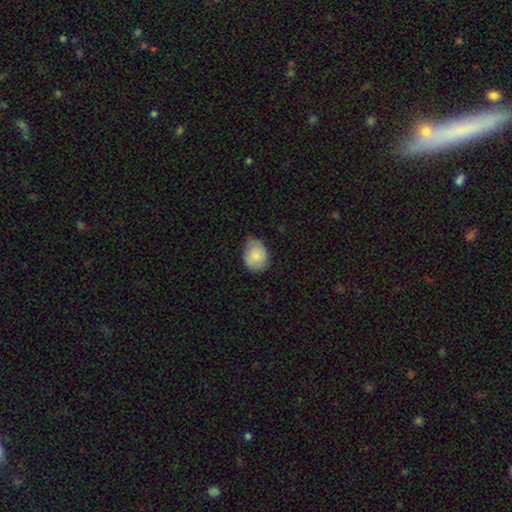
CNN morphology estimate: A smooth galaxy with no disk features (81%) that is in between round and cigar-shaped (62%).

Vote fractions:
- Smooth or featured? smooth: 81% / featured or disk: 12% / star or artifact: 7%
- How rounded? in between: 62% / round: 38% / cigar-shaped: 1%
- Merging? none: 63% / minor disturbance: 30% / major disturbance: 5% / merger: 1%